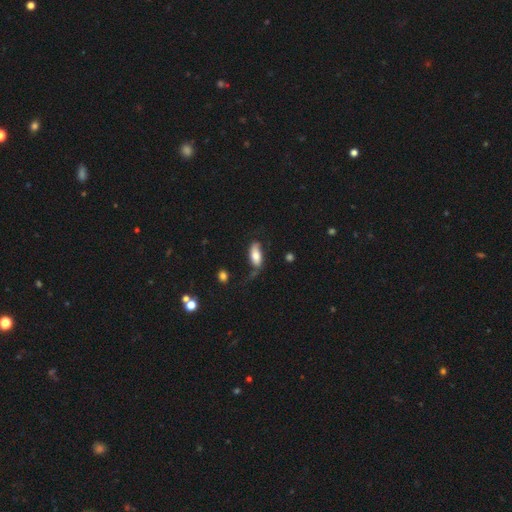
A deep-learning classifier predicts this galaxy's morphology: smooth-or-featured: smooth: 67% | featured or disk: 26% | star or artifact: 7%
  how-rounded: in between: 83% | cigar-shaped: 14% | round: 3%
  merging: none: 49% | minor disturbance: 29% | major disturbance: 18% | merger: 4%